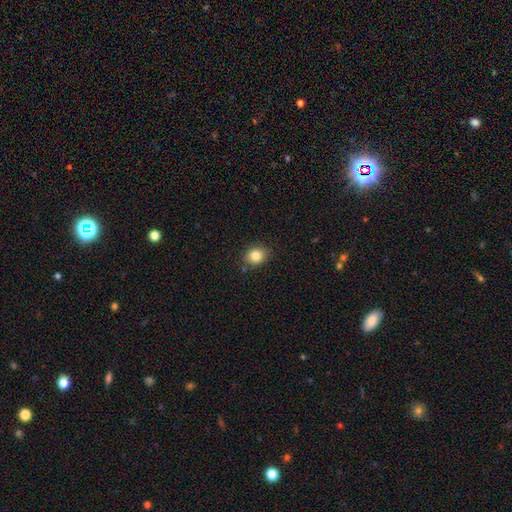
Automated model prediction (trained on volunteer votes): Smooth or featured: smooth — 83% (star or artifact — 10%)
How rounded: round — 65% (in between — 34%)
Merging: none — 85% (minor disturbance — 10%)